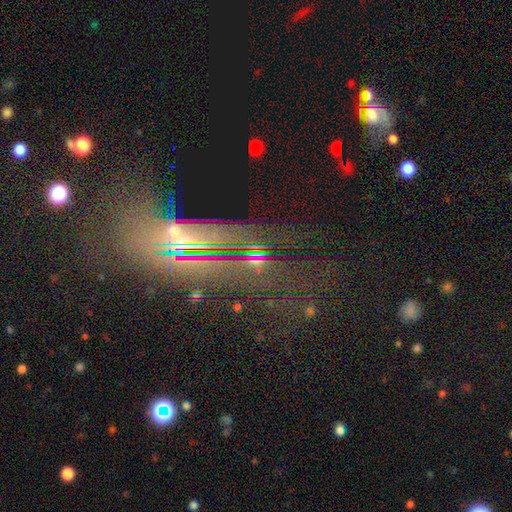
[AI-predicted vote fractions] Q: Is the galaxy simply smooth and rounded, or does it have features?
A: star or artifact — 78%.